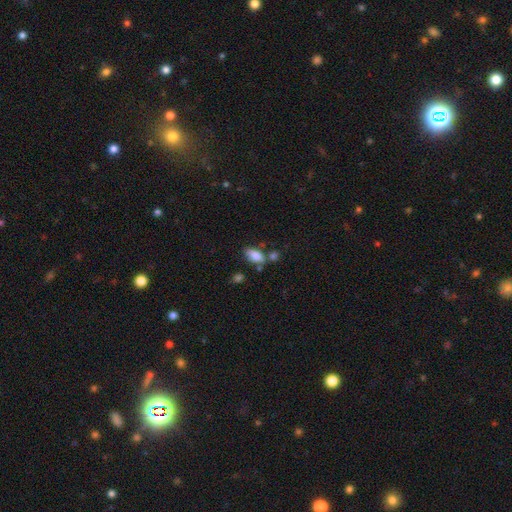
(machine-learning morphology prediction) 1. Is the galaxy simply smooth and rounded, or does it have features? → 79% smooth, 12% featured or disk, 8% star or artifact.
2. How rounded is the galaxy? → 90% in between, 6% cigar-shaped, 4% round.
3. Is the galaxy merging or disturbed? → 57% none, 19% minor disturbance, 18% merger, 6% major disturbance.